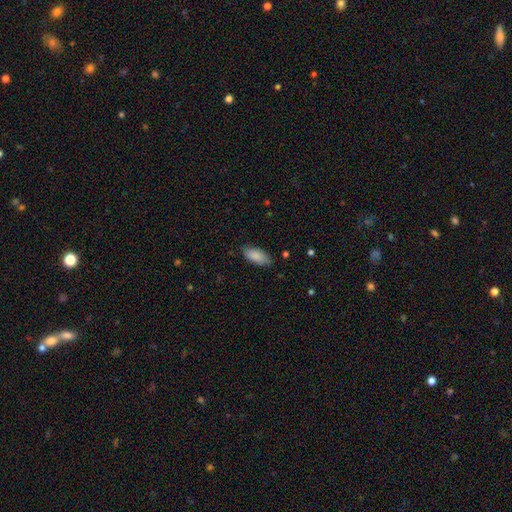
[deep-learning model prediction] smooth_or_featured: smooth (p=0.88) [alt: star or artifact p=0.06]
how_rounded: in between (p=0.87) [alt: cigar-shaped p=0.11]
merging: none (p=0.84) [alt: minor disturbance p=0.13]